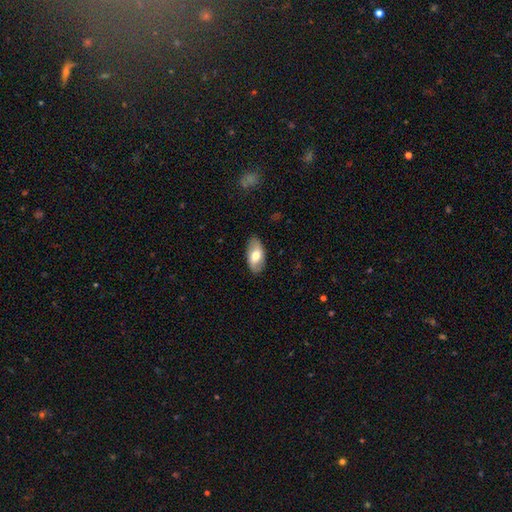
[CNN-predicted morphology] A smooth galaxy with no disk features (59%) that is in between round and cigar-shaped (93%).

Vote fractions:
- Smooth or featured? smooth: 59% / featured or disk: 35% / star or artifact: 6%
- How rounded? in between: 93% / cigar-shaped: 4% / round: 3%
- Merging? none: 84% / minor disturbance: 12% / major disturbance: 3% / merger: 1%